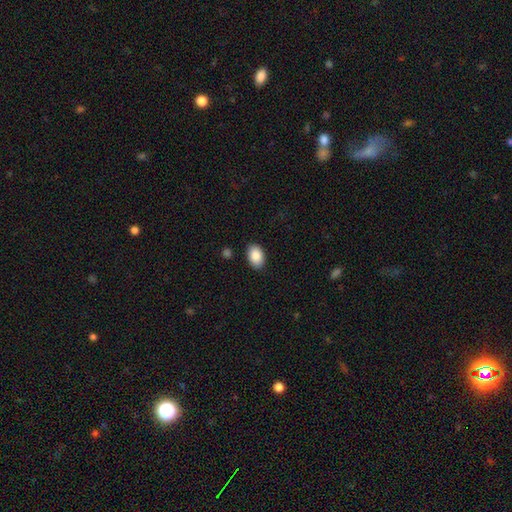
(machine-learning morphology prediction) This appears to be a smooth galaxy with no disk features (89%) that is in between round and cigar-shaped (88%). Merging: none (89%).